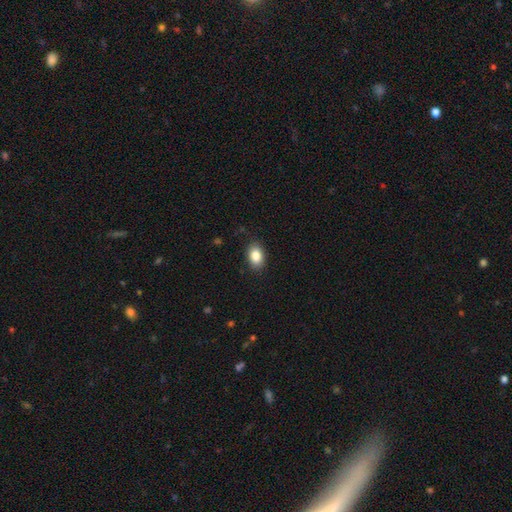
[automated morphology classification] A smooth galaxy with no disk features (85%) that is in between round and cigar-shaped (84%).

Vote fractions:
- Smooth or featured? smooth: 85% / star or artifact: 8% / featured or disk: 7%
- How rounded? in between: 84% / round: 15% / cigar-shaped: 1%
- Merging? none: 87% / minor disturbance: 10% / major disturbance: 2% / merger: 1%